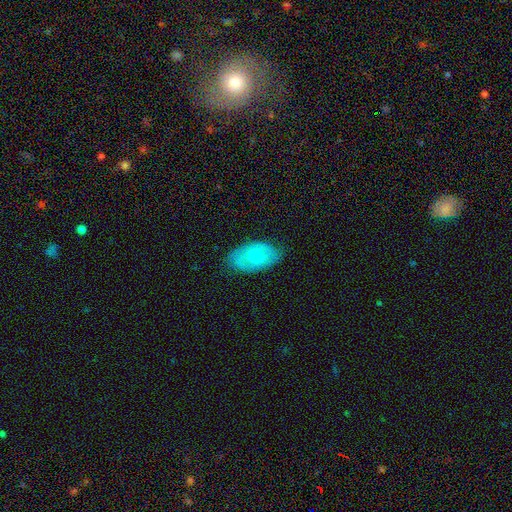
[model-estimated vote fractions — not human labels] Q: Smooth or featured?
A: smooth (49%); runner-up: featured or disk (45%)
Q: Merging?
A: none (74%); runner-up: minor disturbance (20%)